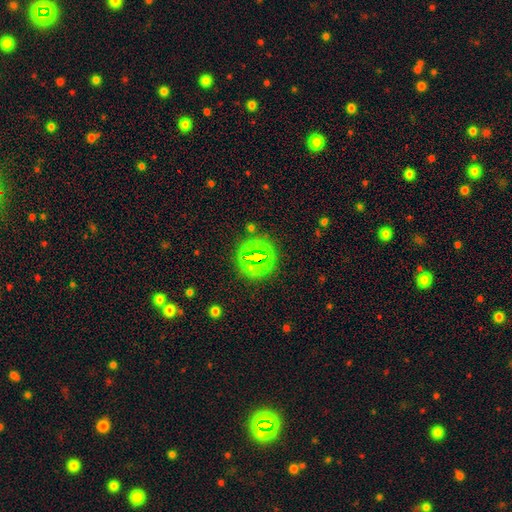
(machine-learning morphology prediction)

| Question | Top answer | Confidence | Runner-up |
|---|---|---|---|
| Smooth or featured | star or artifact | 69% | smooth (22%) |